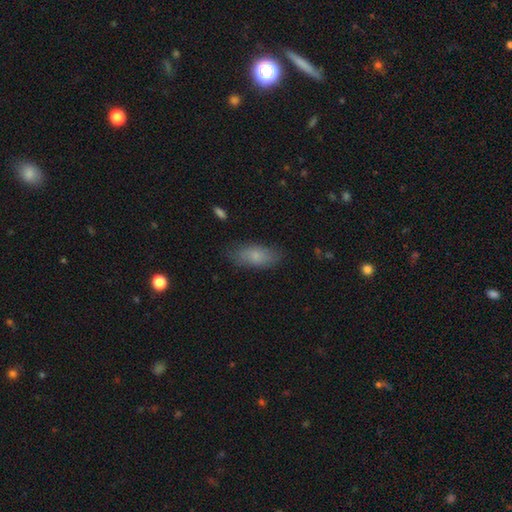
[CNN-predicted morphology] smooth 77%, featured or disk 15%, star or artifact 8%. Down the decision tree: how rounded — in between (84%); merging — none (79%).